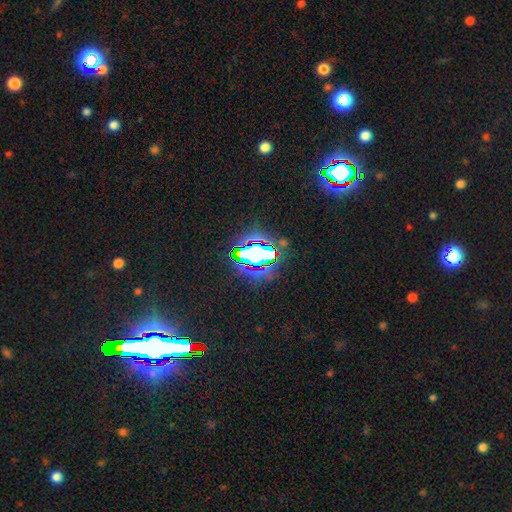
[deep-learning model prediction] This appears to be a star or artifact, not a galaxy (76%).